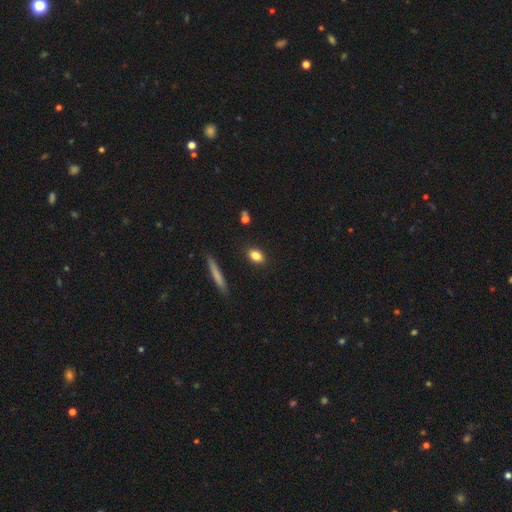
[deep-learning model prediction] Smooth or featured: smooth — 83% (star or artifact — 9%)
How rounded: in between — 75% (round — 18%)
Merging: none — 88% (minor disturbance — 8%)